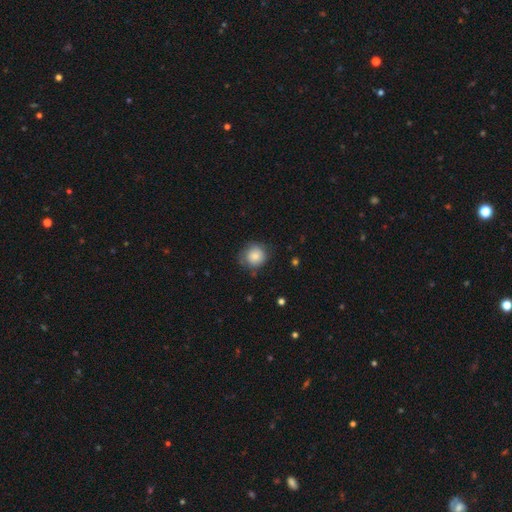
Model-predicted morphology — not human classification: smooth 82%, featured or disk 10%, star or artifact 8%. Down the decision tree: how rounded — round (89%); merging — none (74%).